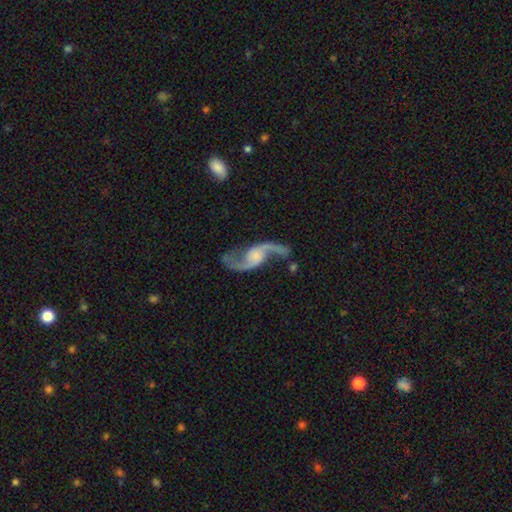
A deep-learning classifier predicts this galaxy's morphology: Smooth or featured: featured or disk — 91% (star or artifact — 5%)
Edge-on disk: no — 96% (yes — 4%)
Bar: no — 55% (weak — 35%)
Spiral arms: yes — 97% (no — 3%)
Spiral winding: loose — 82% (medium — 15%)
Spiral arm count: 2 — 94% (1 — 2%)
Bulge size: small — 41% (moderate — 28%)
Merging: none — 71% (minor disturbance — 14%)